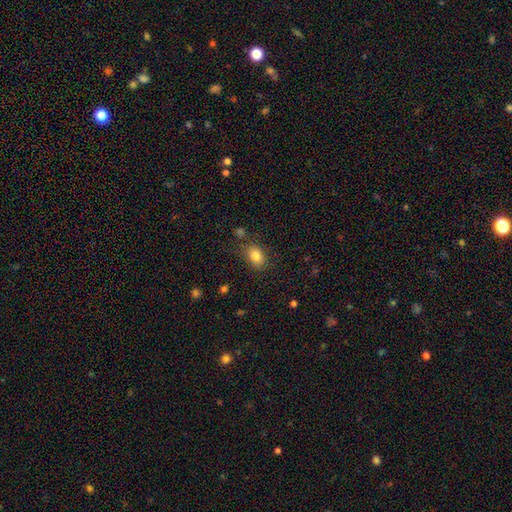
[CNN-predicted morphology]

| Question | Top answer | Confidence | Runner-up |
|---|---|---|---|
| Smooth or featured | smooth | 84% | star or artifact (10%) |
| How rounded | in between | 77% | round (22%) |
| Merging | none | 78% | minor disturbance (14%) |